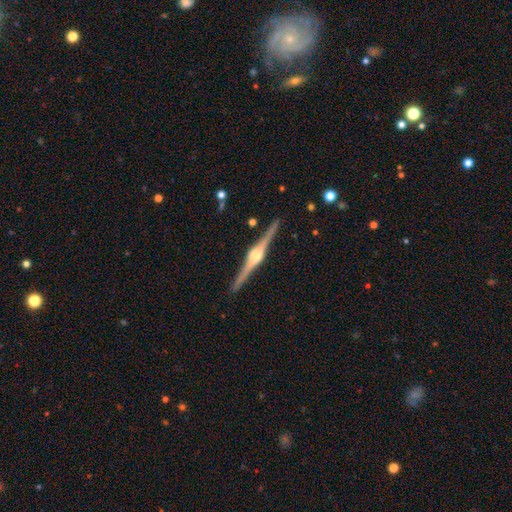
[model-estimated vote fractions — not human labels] Q: Smooth or featured?
A: featured or disk (90%); runner-up: smooth (6%)
Q: Edge-on disk?
A: yes (99%); runner-up: no (1%)
Q: Edge-on bulge?
A: rounded (89%); runner-up: boxy (9%)
Q: Merging?
A: none (92%); runner-up: minor disturbance (6%)